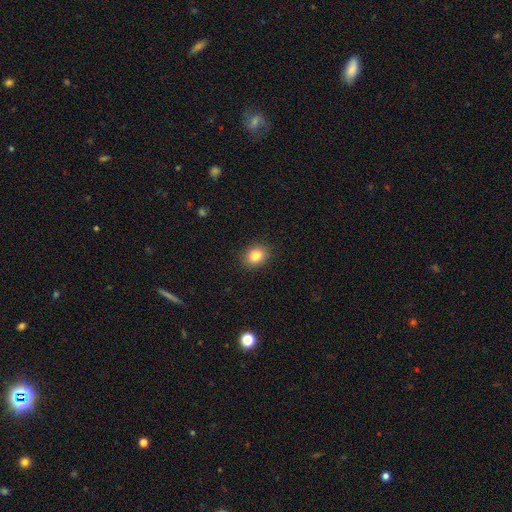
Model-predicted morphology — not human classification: smooth_or_featured: smooth (p=0.83) [alt: star or artifact p=0.10]
how_rounded: round (p=0.50) [alt: in between p=0.49]
merging: none (p=0.90) [alt: minor disturbance p=0.07]